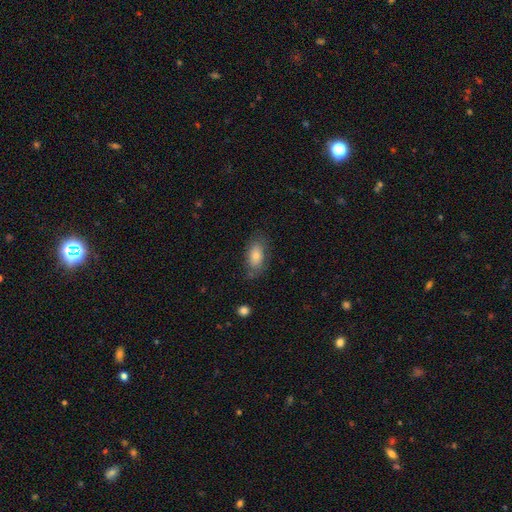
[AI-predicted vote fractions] This appears to be a smooth galaxy with no disk features (75%) that is in between round and cigar-shaped (90%). Merging: none (74%).